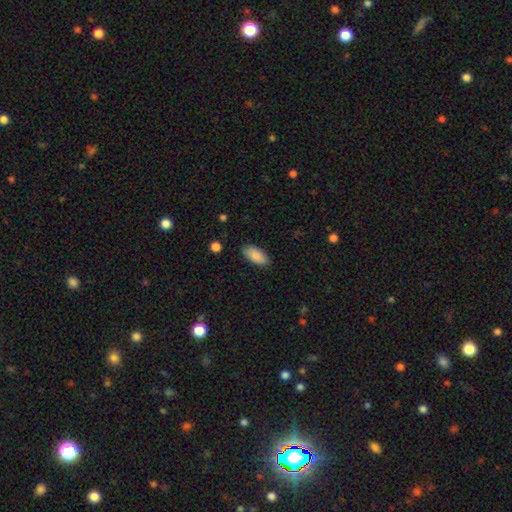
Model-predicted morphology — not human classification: Q: Smooth or featured?
A: smooth (88%); runner-up: star or artifact (6%)
Q: How rounded?
A: in between (90%); runner-up: cigar-shaped (8%)
Q: Merging?
A: none (86%); runner-up: minor disturbance (11%)